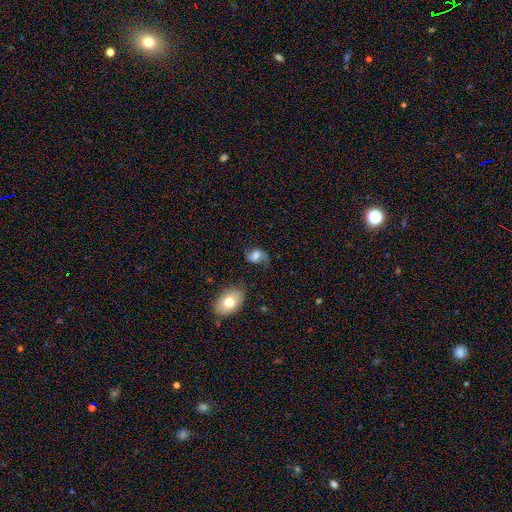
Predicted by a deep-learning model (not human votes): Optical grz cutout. It shows a smooth galaxy with no disk features (52%) that is in between round and cigar-shaped (68%). Merging: none (51%).